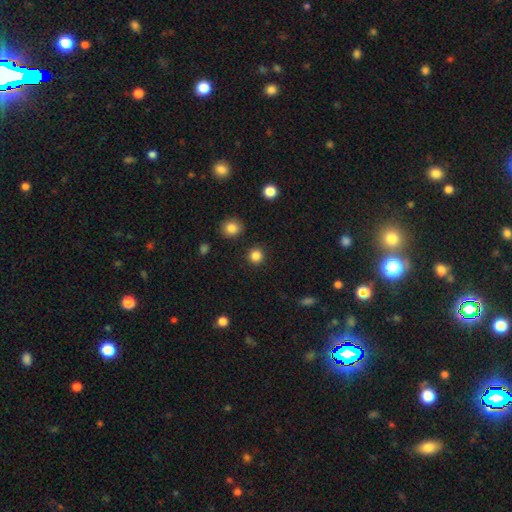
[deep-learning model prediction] smooth 85%, star or artifact 12%, featured or disk 3%. Down the decision tree: how rounded — round (93%); merging — none (91%).